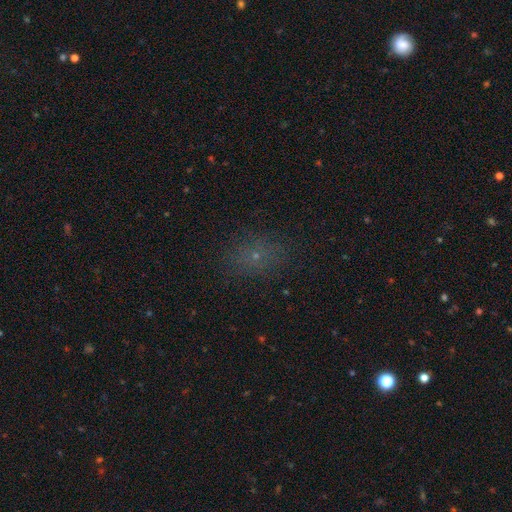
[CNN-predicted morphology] Overall: smooth (57%; star or artifact 31%). How rounded: in between (51%; round 47%). Merging: none (81%).